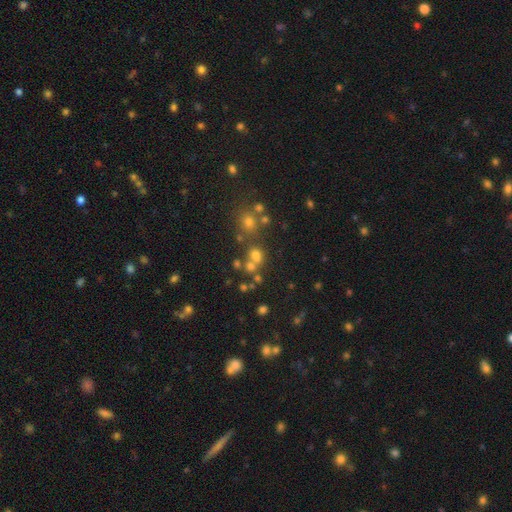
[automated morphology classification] This is possibly a smooth galaxy (58%). How rounded: likely round (75%). Merging: possibly none (54%).